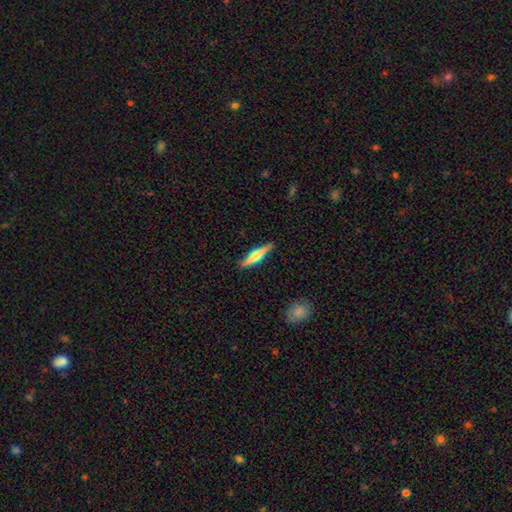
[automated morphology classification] Smooth or featured: featured or disk — 49% (smooth — 46%)
Merging: none — 87% (minor disturbance — 10%)